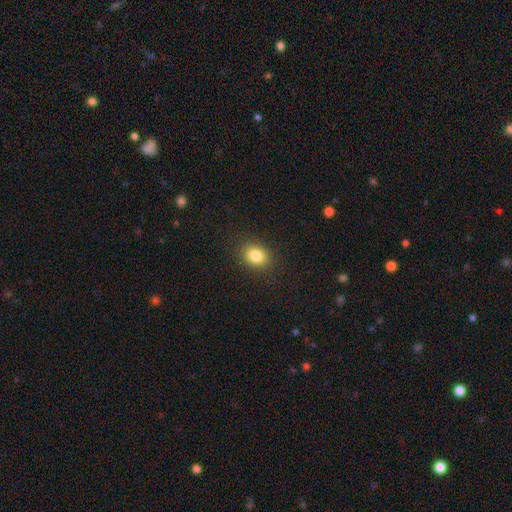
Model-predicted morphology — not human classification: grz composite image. It shows a smooth galaxy with no disk features (83%) that is in between round and cigar-shaped (57%). Merging: none (88%).